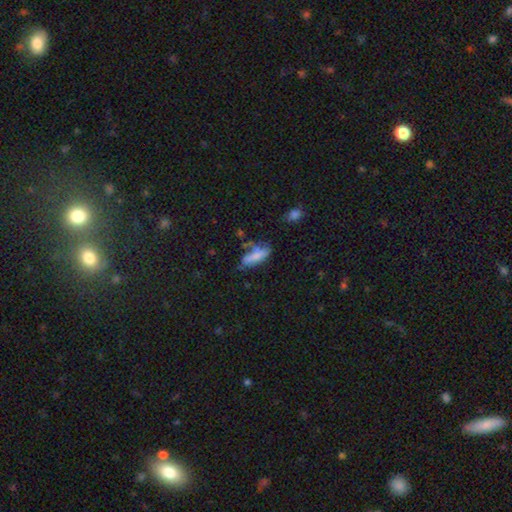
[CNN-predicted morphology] Smooth or featured?
  - smooth: 69% *
  - featured or disk: 22%
  - star or artifact: 9%
How rounded?
  - in between: 59% *
  - cigar-shaped: 39%
  - round: 3%
Merging?
  - none: 41% *
  - minor disturbance: 28%
  - major disturbance: 18%
  - merger: 13%